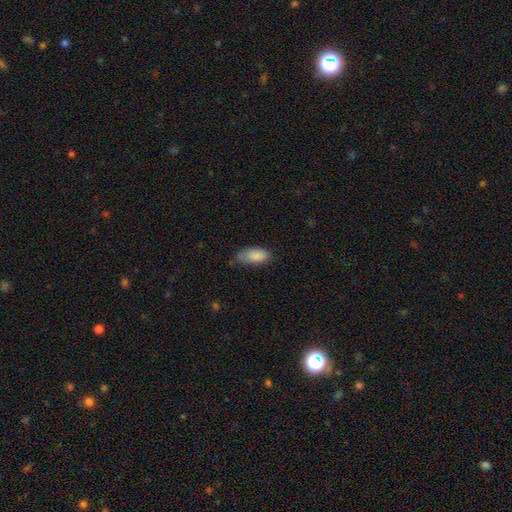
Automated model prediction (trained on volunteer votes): The model was most divided on "merging": none: 58%, minor disturbance: 33%, major disturbance: 6%, merger: 2%. More confident: how rounded — in between (89%); smooth or featured — smooth (87%).